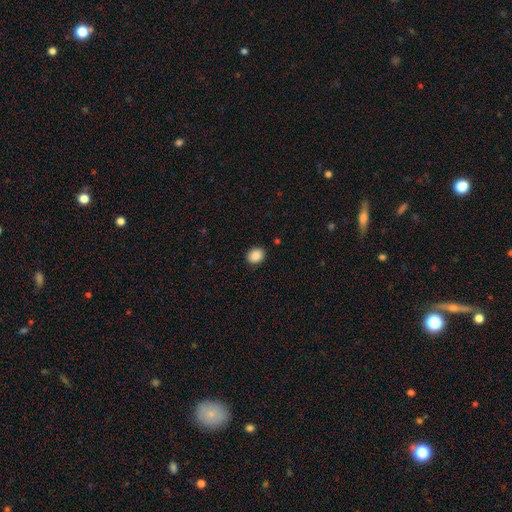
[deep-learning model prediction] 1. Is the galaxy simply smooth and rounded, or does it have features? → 89% smooth, 8% star or artifact, 3% featured or disk.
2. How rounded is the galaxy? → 51% round, 48% in between, 1% cigar-shaped.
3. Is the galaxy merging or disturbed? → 90% none, 7% minor disturbance, 2% major disturbance, 1% merger.